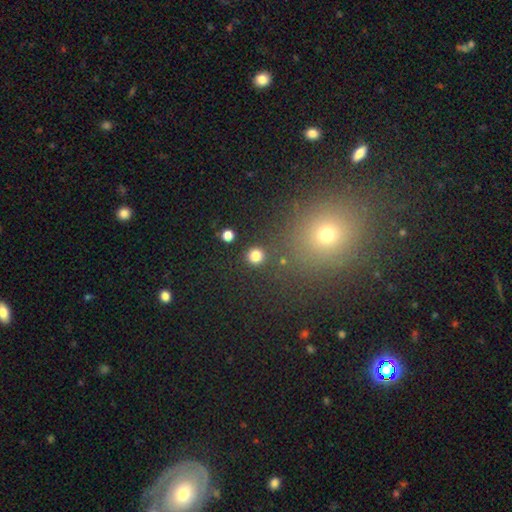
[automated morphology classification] smooth 82%, star or artifact 14%, featured or disk 4%. Down the decision tree: how rounded — round (93%); merging — none (89%).